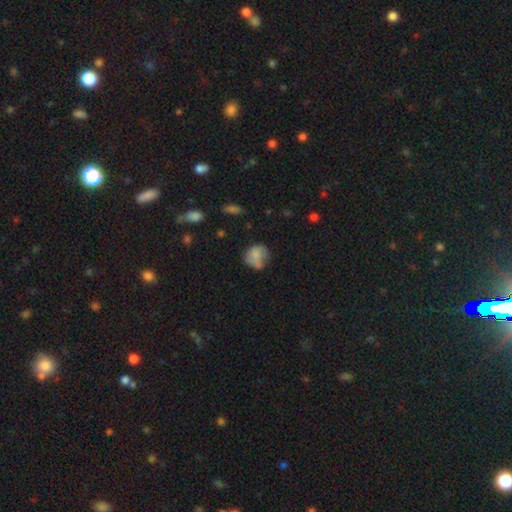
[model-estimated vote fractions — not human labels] Smooth or featured? smooth (70%)
How rounded? round (69%)
Merging? none (47%)